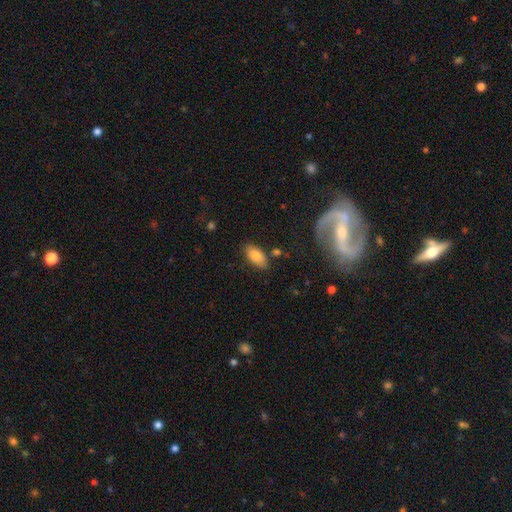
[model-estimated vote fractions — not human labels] Overall: smooth (82%). How rounded: in between (91%). Merging: none (79%).